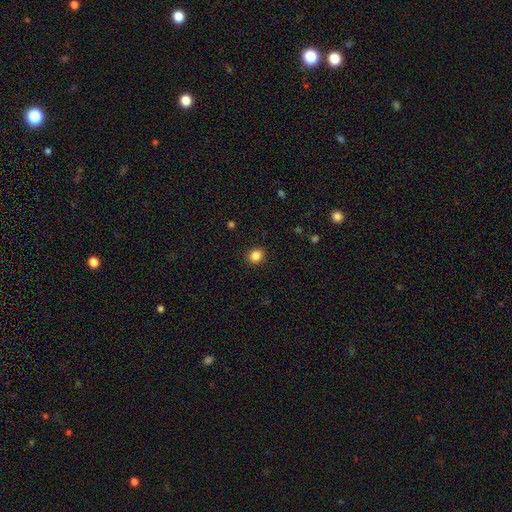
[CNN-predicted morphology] type=smooth (85%); roundness=round (78%); merging=none (91%).